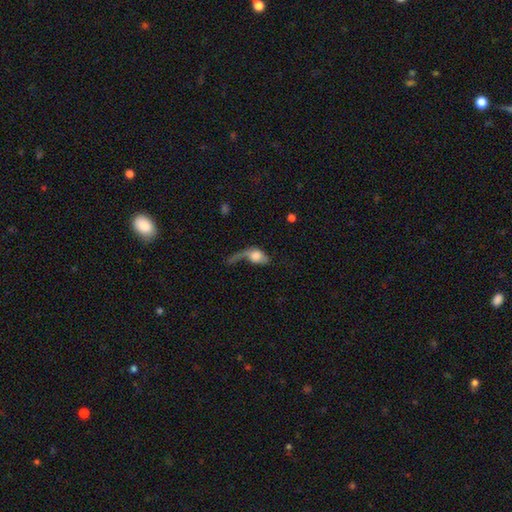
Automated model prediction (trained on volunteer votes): A smooth galaxy with no disk features (58%) that is in between round and cigar-shaped (70%). Merging: major disturbance (56%).